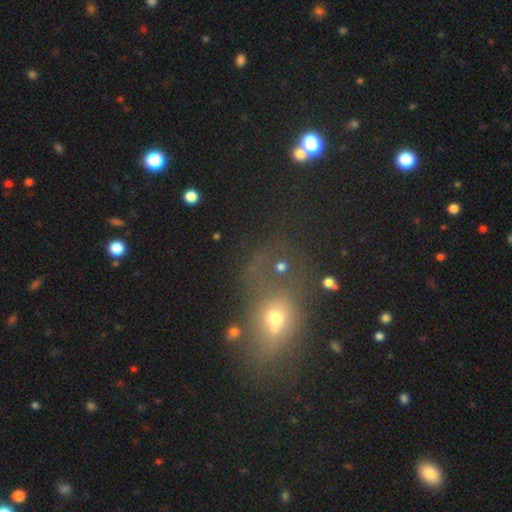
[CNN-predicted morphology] Overall: smooth (48%; star or artifact 34%). Merging: none (49%; major disturbance 18%).